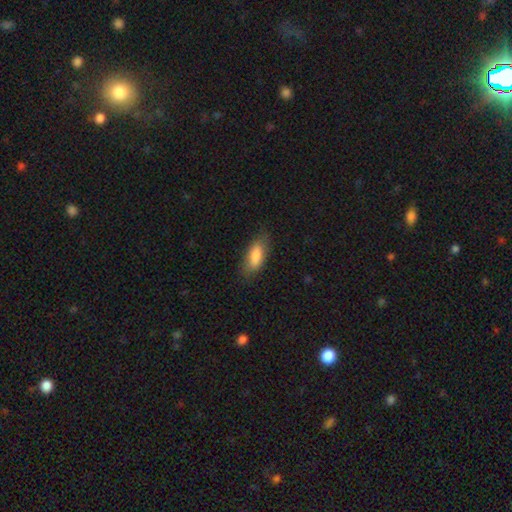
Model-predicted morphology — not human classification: smooth 84%, featured or disk 10%, star or artifact 6%. Down the decision tree: how rounded — in between (76%); merging — none (76%).